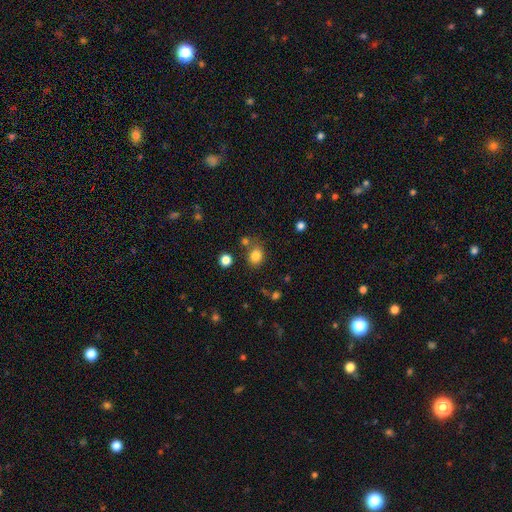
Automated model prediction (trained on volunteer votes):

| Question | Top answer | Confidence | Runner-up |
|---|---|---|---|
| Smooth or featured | smooth | 83% | star or artifact (12%) |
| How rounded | round | 59% | in between (40%) |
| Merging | none | 72% | minor disturbance (14%) |